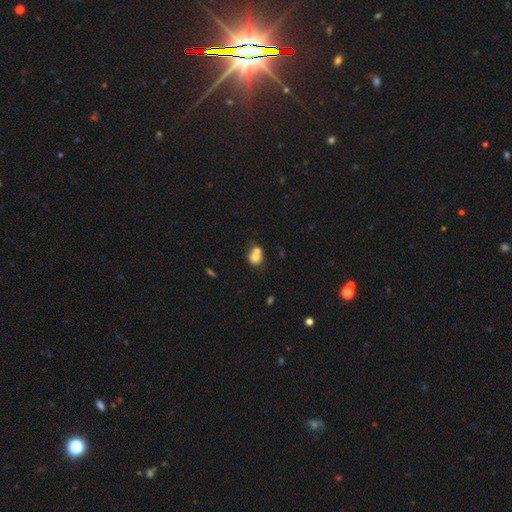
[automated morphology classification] Overall: smooth (71%). How rounded: round (71%). Merging: merger (60%; none 29%).